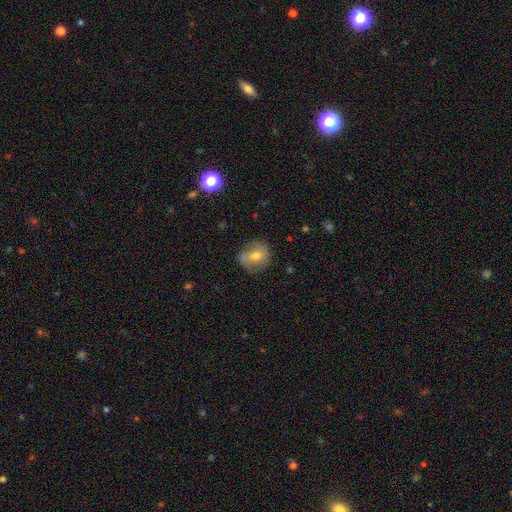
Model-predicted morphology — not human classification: type=smooth (59%); roundness=round (78%); merging=none (70%).